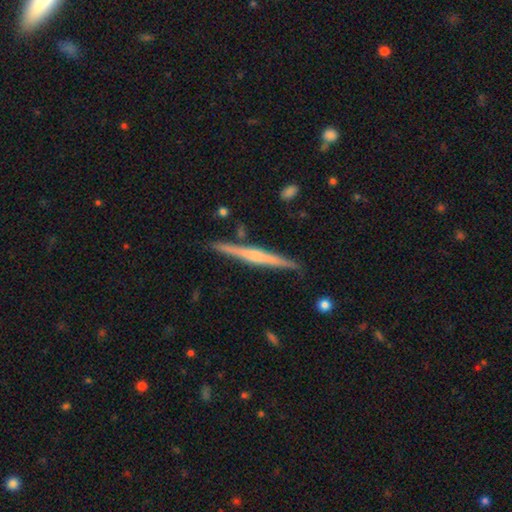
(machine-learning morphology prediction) type=featured or disk (67%); edge-on=yes (98%); edge-on bulge=rounded (52%); merging=none (88%).